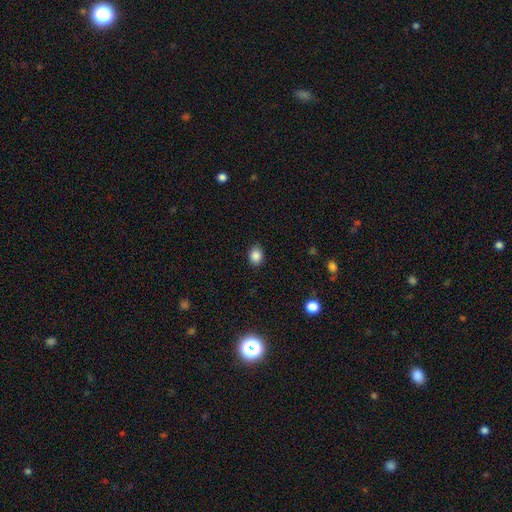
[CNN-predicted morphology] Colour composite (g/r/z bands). It shows a smooth galaxy with no disk features (87%) that is in between round and cigar-shaped (56%). Merging: none (84%).